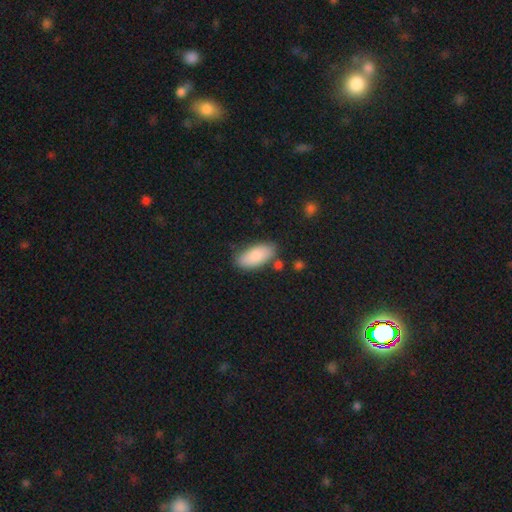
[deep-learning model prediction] Morphology: type=smooth (86%); roundness=in between (89%); merging=none (77%).